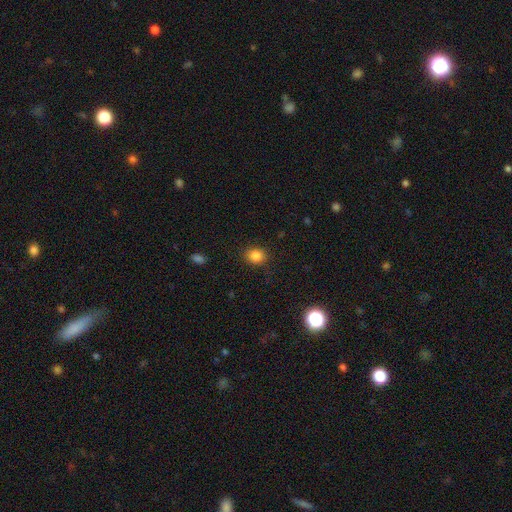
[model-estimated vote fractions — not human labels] A smooth galaxy with no disk features (84%) that is round (67%).

Vote fractions:
- Smooth or featured? smooth: 84% / star or artifact: 11% / featured or disk: 4%
- How rounded? round: 67% / in between: 32% / cigar-shaped: 1%
- Merging? none: 88% / minor disturbance: 8% / major disturbance: 3% / merger: 1%